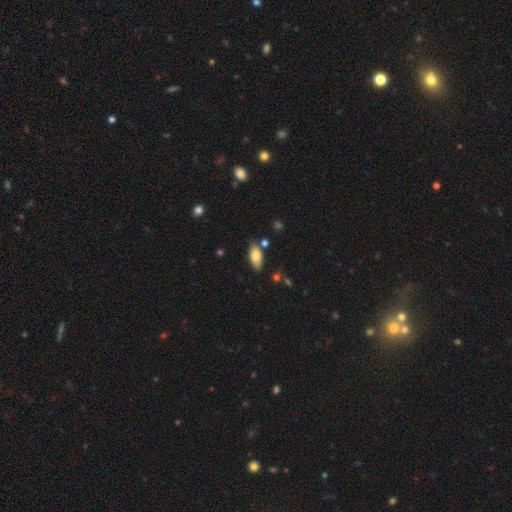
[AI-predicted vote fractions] A smooth galaxy with no disk features (77%) that is in between round and cigar-shaped (88%).

Vote fractions:
- Smooth or featured? smooth: 77% / featured or disk: 16% / star or artifact: 7%
- How rounded? in between: 88% / cigar-shaped: 10% / round: 2%
- Merging? none: 79% / minor disturbance: 14% / merger: 5% / major disturbance: 3%